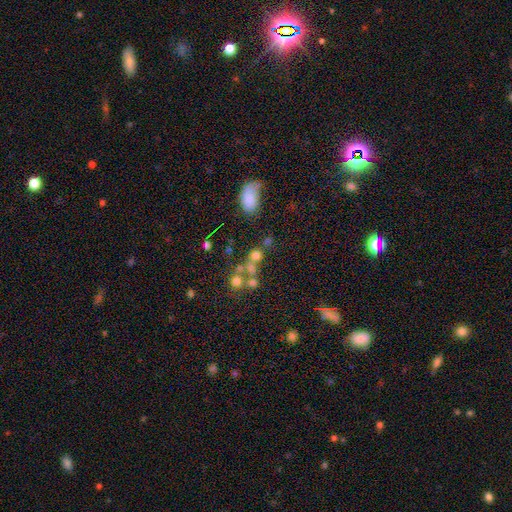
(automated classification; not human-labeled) Overall: smooth (62%). How rounded: round (71%). Merging: none (46%; merger 35%).